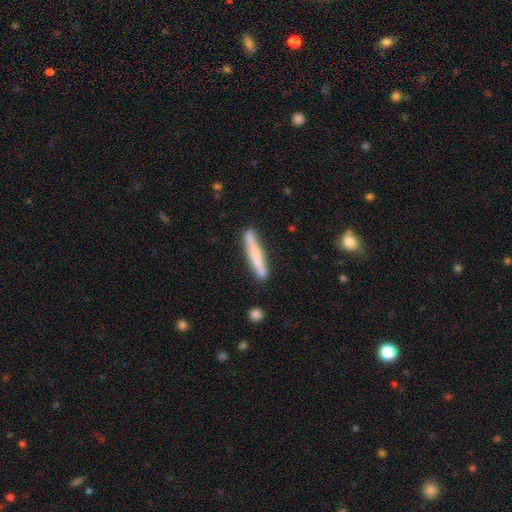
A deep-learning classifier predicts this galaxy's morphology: Smooth or featured? smooth (64%)
How rounded? cigar-shaped (95%)
Merging? none (83%)